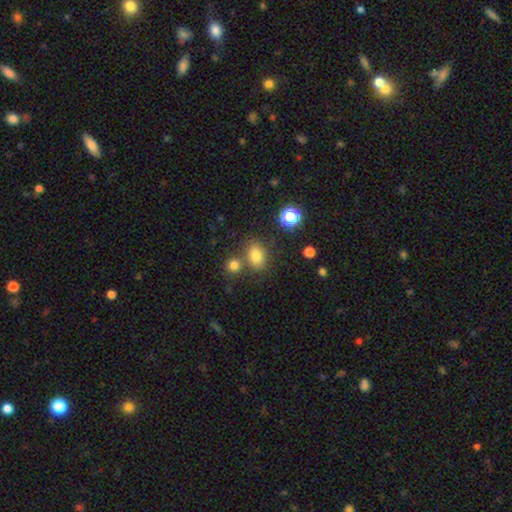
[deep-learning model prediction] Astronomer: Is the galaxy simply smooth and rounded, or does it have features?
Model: smooth — 78%.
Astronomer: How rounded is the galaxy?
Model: in between — 66%.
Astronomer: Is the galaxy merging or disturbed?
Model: none — 65%.